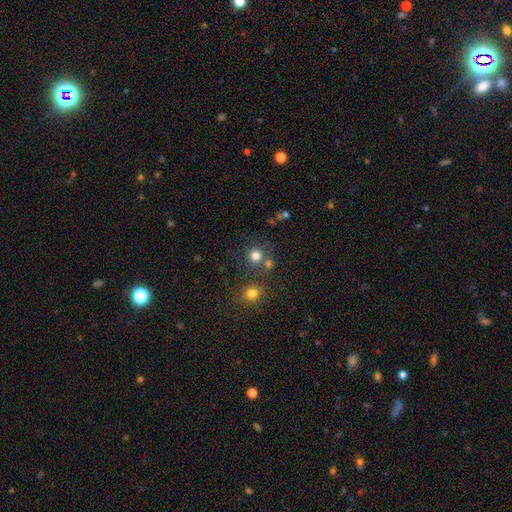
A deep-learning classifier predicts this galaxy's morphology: Smooth or featured? smooth (77%)
How rounded? round (91%)
Merging? none (69%)